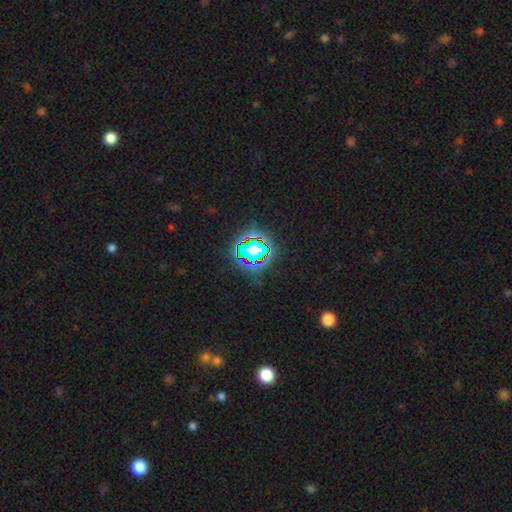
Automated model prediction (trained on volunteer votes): Smooth or featured? Predicted: star or artifact (p=0.79).